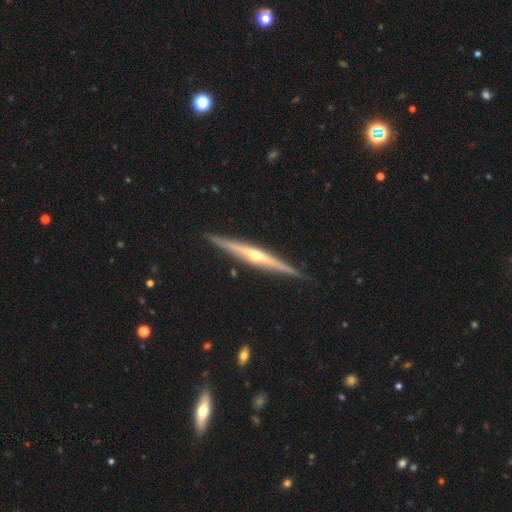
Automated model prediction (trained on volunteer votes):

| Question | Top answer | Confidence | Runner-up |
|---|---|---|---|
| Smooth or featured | featured or disk | 81% | smooth (14%) |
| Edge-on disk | yes | 98% | no (2%) |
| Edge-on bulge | rounded | 88% | none (9%) |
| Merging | none | 90% | minor disturbance (7%) |